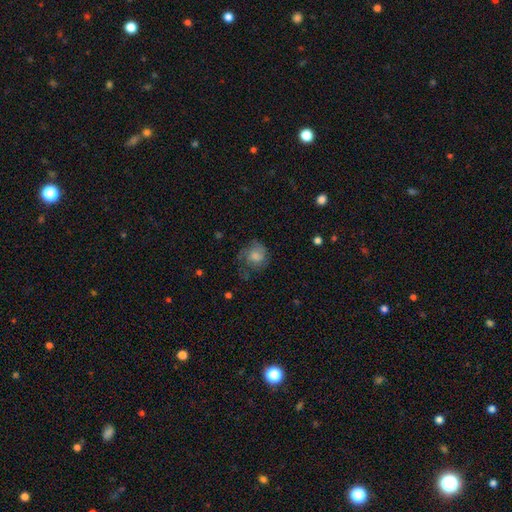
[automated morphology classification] type=smooth (67%); roundness=round (78%); merging=none (49%).